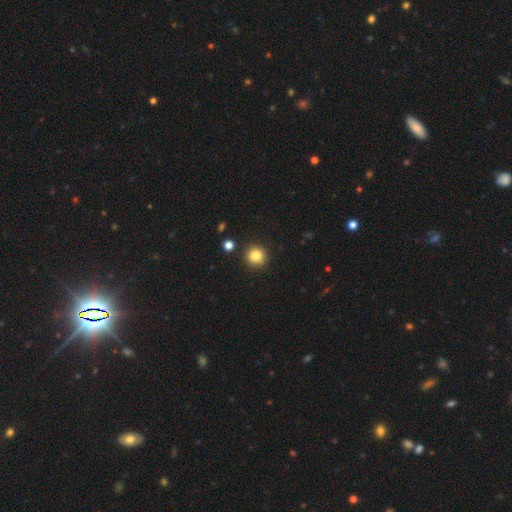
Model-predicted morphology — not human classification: Smooth or featured? Predicted: smooth (p=0.84). How rounded? Predicted: round (p=0.92). Merging? Predicted: none (p=0.88).